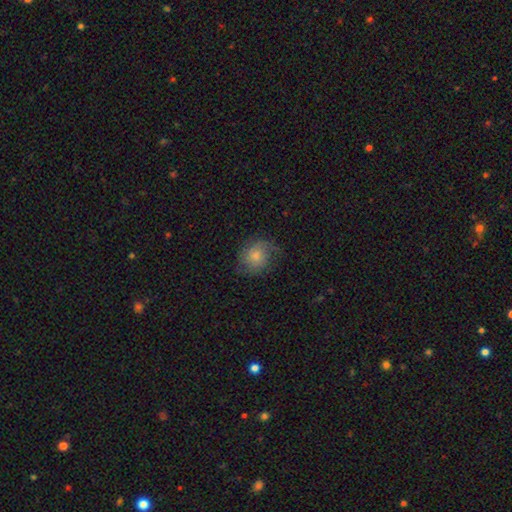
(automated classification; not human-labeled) Smooth or featured? Predicted: smooth (p=0.51). How rounded? Predicted: round (p=0.71). Merging? Predicted: none (p=0.68).